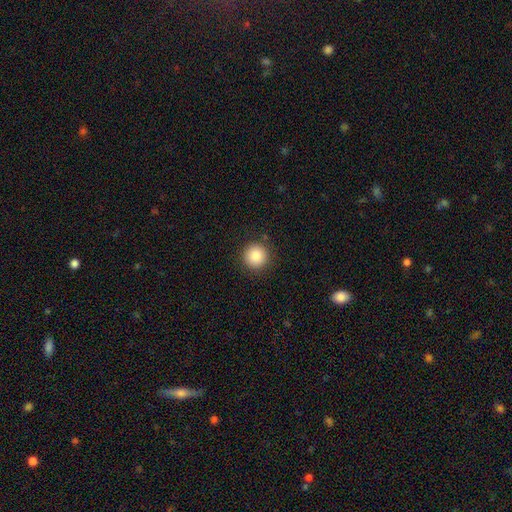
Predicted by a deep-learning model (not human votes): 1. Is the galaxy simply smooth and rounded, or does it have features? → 86% smooth, 9% star or artifact, 4% featured or disk.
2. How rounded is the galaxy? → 95% round, 4% in between, 1% cigar-shaped.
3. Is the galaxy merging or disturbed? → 91% none, 6% minor disturbance, 2% major disturbance, 1% merger.